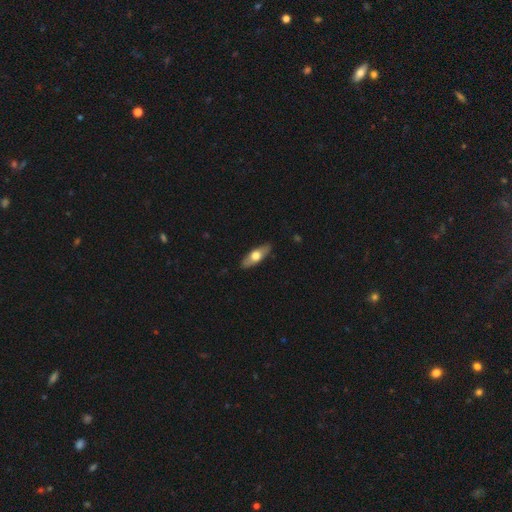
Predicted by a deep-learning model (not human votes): Smooth or featured? smooth (57%)
How rounded? in between (64%)
Merging? none (87%)